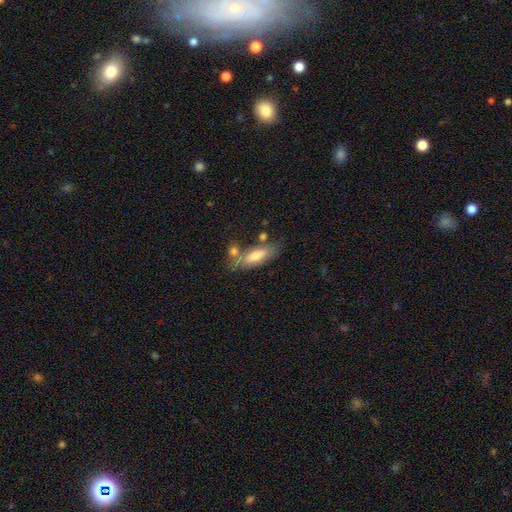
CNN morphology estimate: Smooth or featured: smooth — 63% (featured or disk — 29%)
How rounded: in between — 61% (cigar-shaped — 36%)
Merging: none — 60% (minor disturbance — 18%)